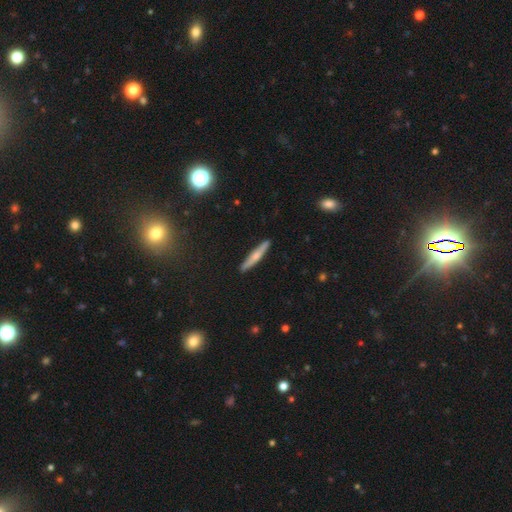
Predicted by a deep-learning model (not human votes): Overall: smooth (50%; featured or disk 44%). Merging: none (90%).